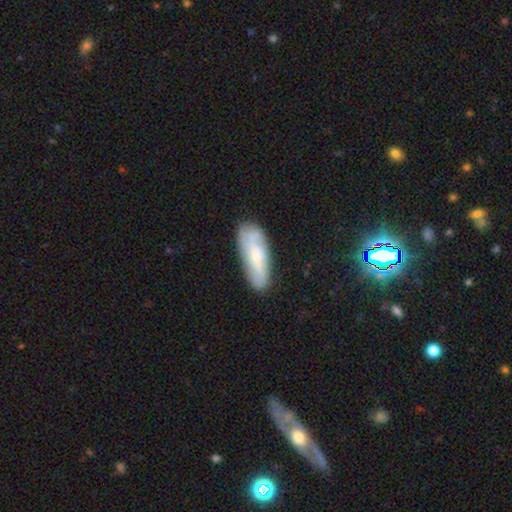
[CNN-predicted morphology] A smooth galaxy with no disk features (48%).

Vote fractions:
- Smooth or featured? smooth: 48% / featured or disk: 44% / star or artifact: 8%
- Merging? none: 75% / minor disturbance: 18% / major disturbance: 4% / merger: 2%